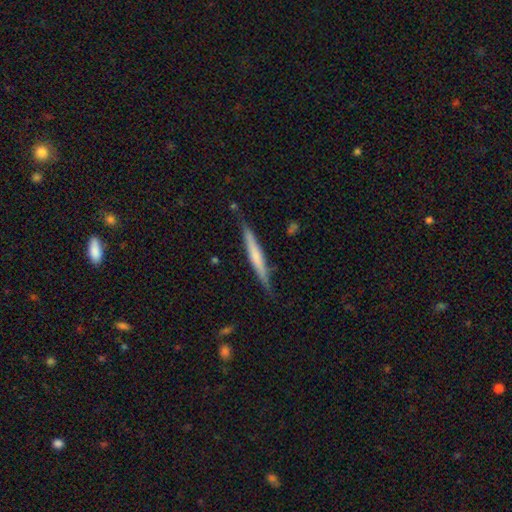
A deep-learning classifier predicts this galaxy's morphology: The model was most divided on "smooth or featured" (2-way tie): smooth: 47%, featured or disk: 47%, star or artifact: 5%. More confident: merging — none (81%).